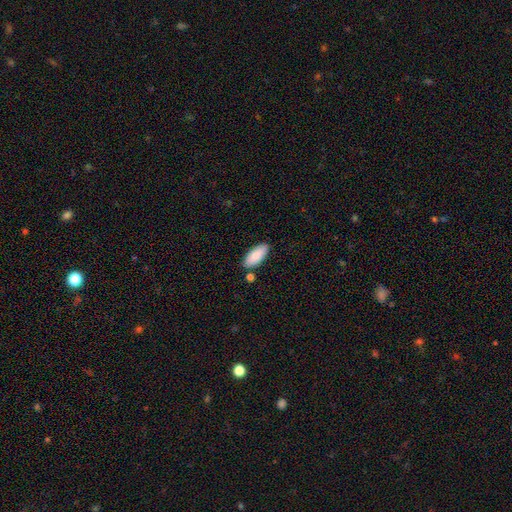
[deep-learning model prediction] Smooth or featured? smooth (87%)
How rounded? in between (85%)
Merging? none (81%)